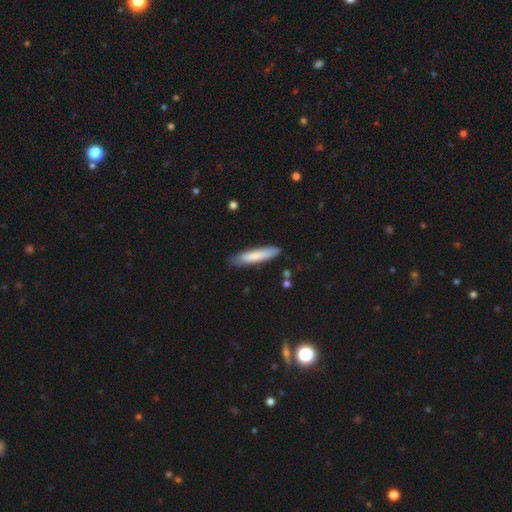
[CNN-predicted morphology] Smooth or featured?
  - smooth: 79% *
  - featured or disk: 15%
  - star or artifact: 6%
How rounded?
  - cigar-shaped: 85% *
  - in between: 14%
  - round: 1%
Merging?
  - none: 83% *
  - minor disturbance: 13%
  - major disturbance: 2%
  - merger: 2%